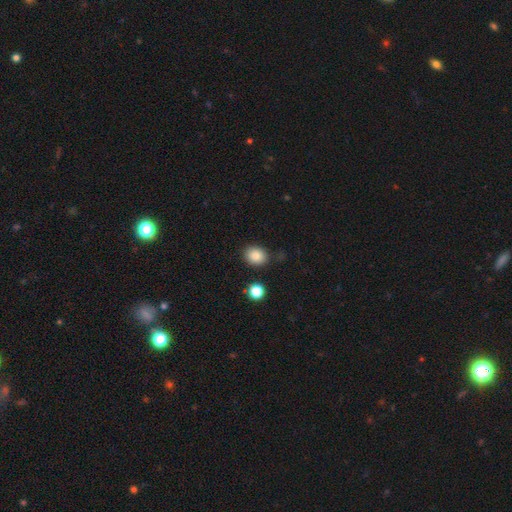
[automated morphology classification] This appears to be a smooth galaxy with no disk features (85%) that is round (58%). Merging: none (81%).